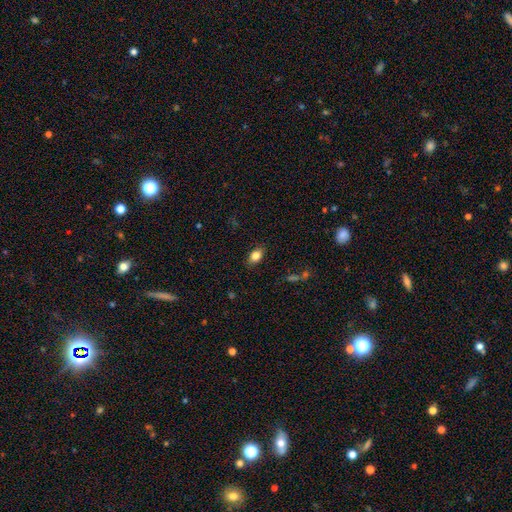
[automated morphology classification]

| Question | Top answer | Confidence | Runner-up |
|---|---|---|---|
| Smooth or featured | smooth | 82% | star or artifact (9%) |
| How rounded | in between | 82% | round (16%) |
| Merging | none | 85% | minor disturbance (11%) |